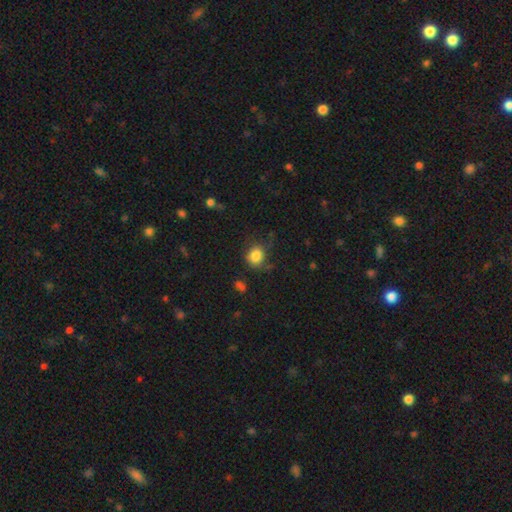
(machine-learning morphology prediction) Smooth or featured? Predicted: smooth (p=0.84). How rounded? Predicted: round (p=0.76). Merging? Predicted: none (p=0.70).